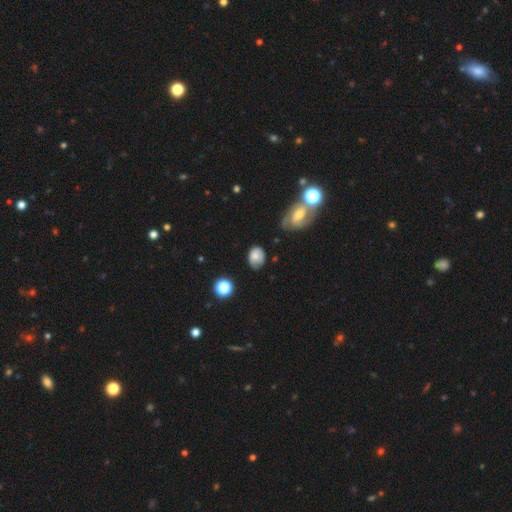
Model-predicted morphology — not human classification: smooth-or-featured: smooth: 65% | featured or disk: 26% | star or artifact: 9%
  how-rounded: in between: 63% | round: 36% | cigar-shaped: 1%
  merging: none: 55% | minor disturbance: 31% | major disturbance: 10% | merger: 4%